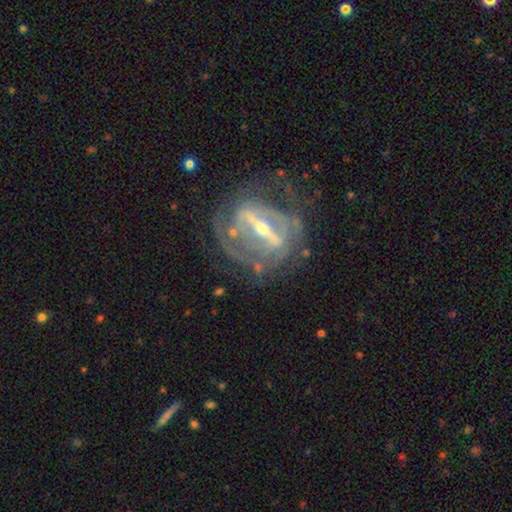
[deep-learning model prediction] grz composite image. It shows a featured or disk galaxy (88%) with a strong bar (84%), 2 (46%) tight (49%) spiral arms (77%) and a small central bulge (57%). Merging: none (63%).